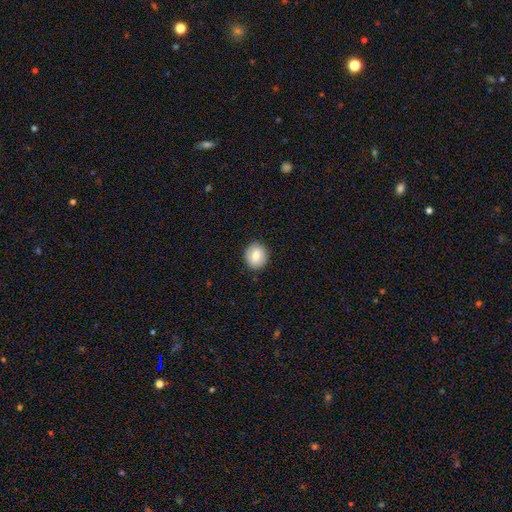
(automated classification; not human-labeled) A smooth galaxy with no disk features (75%) that is round (84%).

Vote fractions:
- Smooth or featured? smooth: 75% / featured or disk: 17% / star or artifact: 8%
- How rounded? round: 84% / in between: 15% / cigar-shaped: 1%
- Merging? none: 89% / minor disturbance: 8% / major disturbance: 2% / merger: 1%